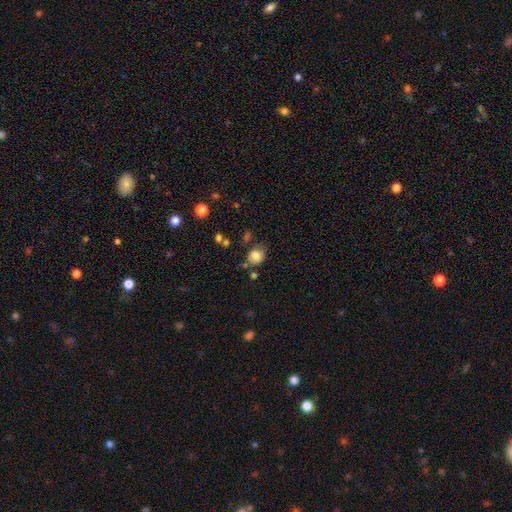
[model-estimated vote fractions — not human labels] Morphology: type=smooth (81%); roundness=round (66%); merging=none (66%).